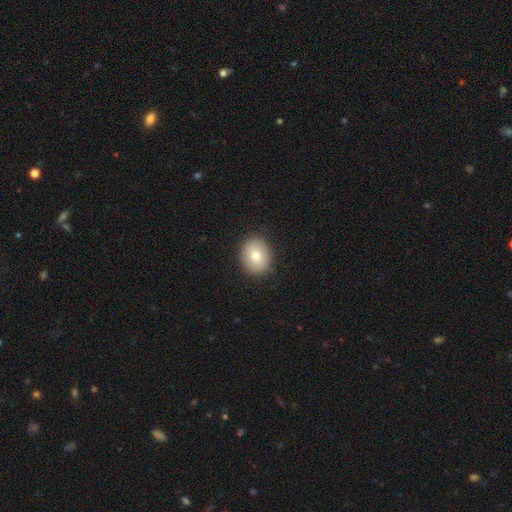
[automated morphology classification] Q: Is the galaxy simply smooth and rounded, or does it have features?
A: smooth — 76%.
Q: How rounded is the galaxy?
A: round — 57%.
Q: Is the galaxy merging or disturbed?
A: none — 89%.